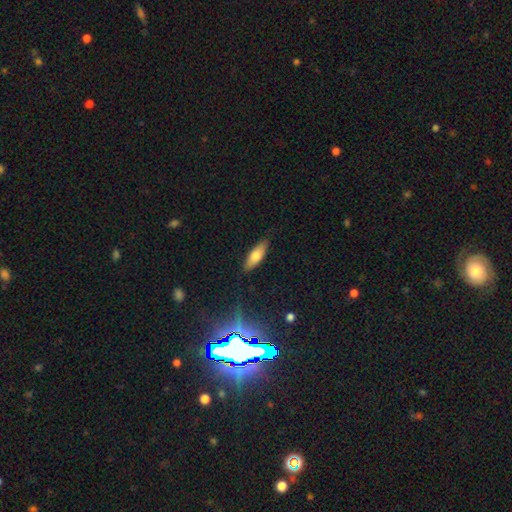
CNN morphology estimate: Smooth or featured? smooth (72%)
How rounded? in between (62%)
Merging? none (86%)